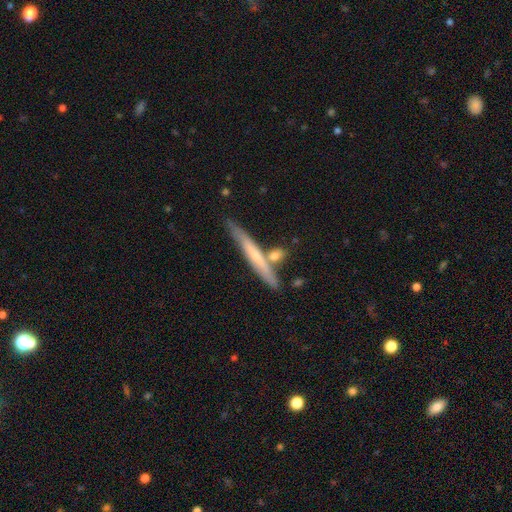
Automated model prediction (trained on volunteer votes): The model was most divided on "smooth or featured": featured or disk: 48%, smooth: 46%, star or artifact: 7%. More confident: merging — none (72%).